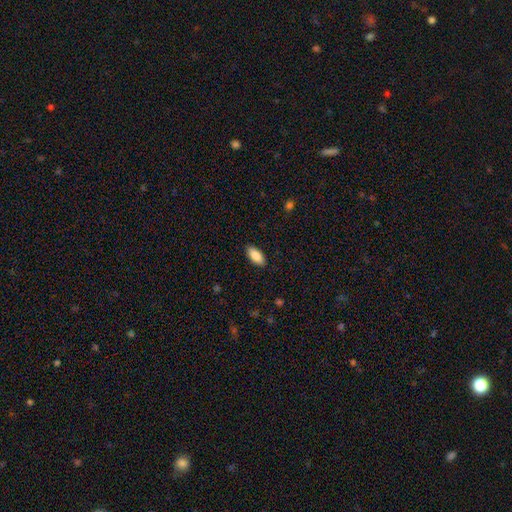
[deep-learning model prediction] A smooth galaxy with no disk features (87%) that is in between round and cigar-shaped (86%).

Vote fractions:
- Smooth or featured? smooth: 87% / featured or disk: 7% / star or artifact: 6%
- How rounded? in between: 86% / cigar-shaped: 13% / round: 2%
- Merging? none: 89% / minor disturbance: 8% / major disturbance: 2% / merger: 1%